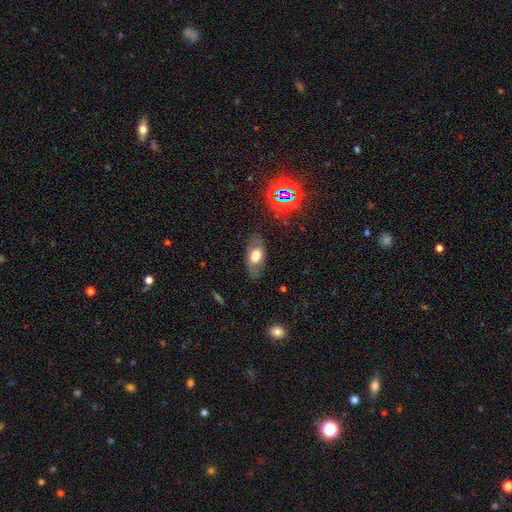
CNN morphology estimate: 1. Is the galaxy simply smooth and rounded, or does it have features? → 49% smooth, 41% featured or disk, 10% star or artifact.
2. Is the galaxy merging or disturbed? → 79% none, 14% minor disturbance, 5% major disturbance, 1% merger.